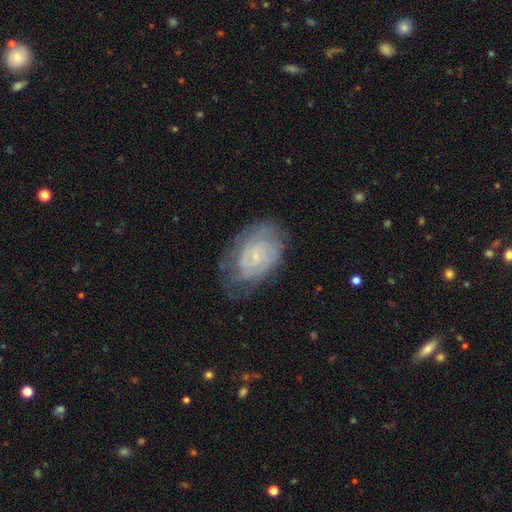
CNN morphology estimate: Smooth or featured?
  - featured or disk: 64% *
  - smooth: 27%
  - star or artifact: 9%
Edge-on disk?
  - no: 96% *
  - yes: 4%
Bar?
  - no: 69% *
  - weak: 26%
  - strong: 4%
Spiral arms?
  - yes: 81% *
  - no: 19%
Bulge size?
  - small: 74% *
  - none: 12%
  - moderate: 12%
  - large: 1%
  - dominant: 1%
Merging?
  - none: 62% *
  - minor disturbance: 24%
  - major disturbance: 12%
  - merger: 2%